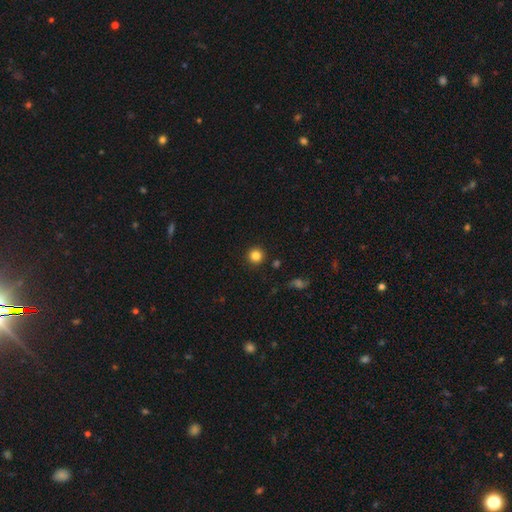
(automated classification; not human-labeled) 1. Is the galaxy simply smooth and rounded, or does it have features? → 84% smooth, 11% star or artifact, 5% featured or disk.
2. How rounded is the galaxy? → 95% round, 4% in between, 1% cigar-shaped.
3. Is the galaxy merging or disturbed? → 92% none, 5% minor disturbance, 2% major disturbance, 2% merger.